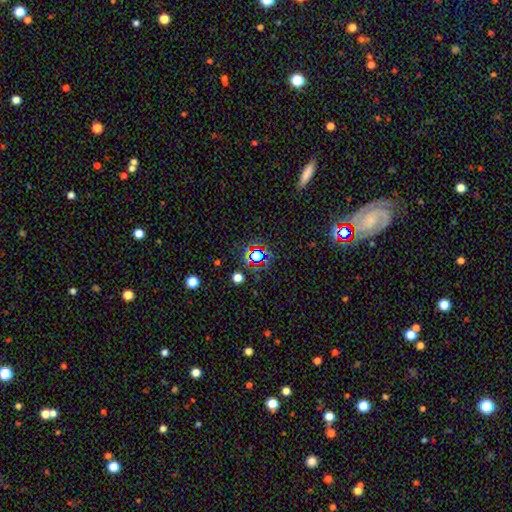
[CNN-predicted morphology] smooth-or-featured: star or artifact: 63% | smooth: 27% | featured or disk: 9%